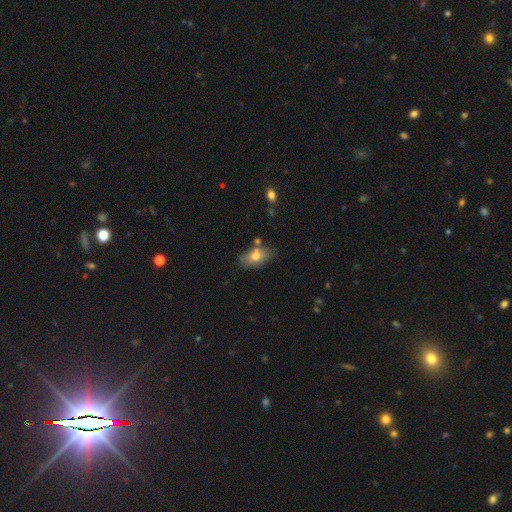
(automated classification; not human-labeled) smooth 71%, featured or disk 20%, star or artifact 8%. Down the decision tree: how rounded — in between (89%); merging — none (63%).